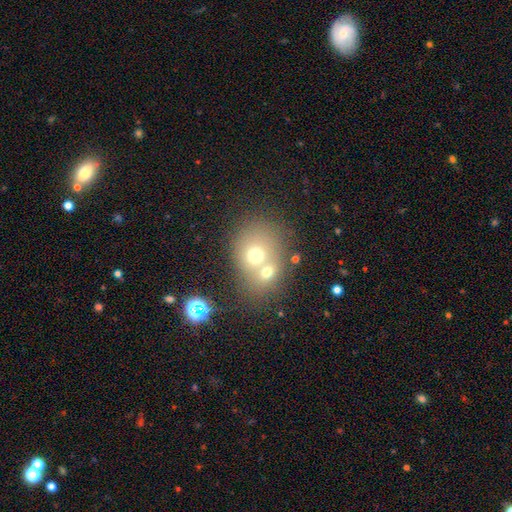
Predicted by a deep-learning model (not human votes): The model was most divided on "merging": merger: 60%, none: 30%, minor disturbance: 7%, major disturbance: 4%. More confident: how rounded — round (65%); smooth or featured — smooth (64%).